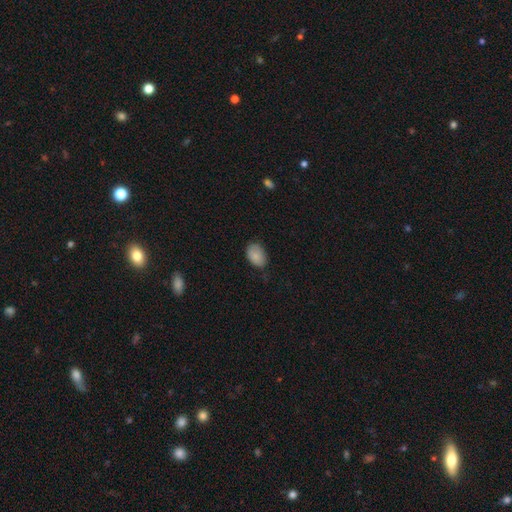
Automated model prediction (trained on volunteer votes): Smooth or featured? Predicted: smooth (p=0.85). How rounded? Predicted: in between (p=0.87). Merging? Predicted: none (p=0.70).